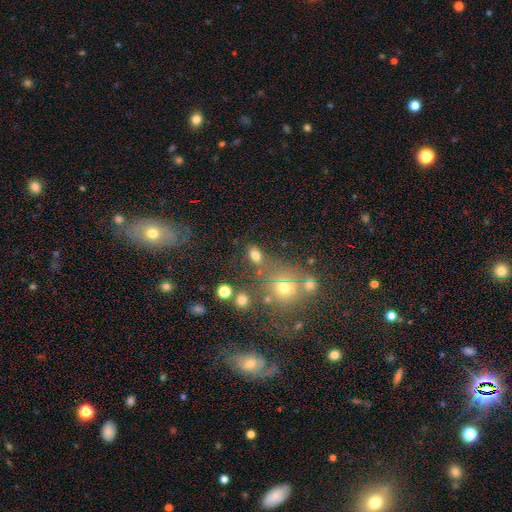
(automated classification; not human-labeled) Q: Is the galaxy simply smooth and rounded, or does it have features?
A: smooth — 73%.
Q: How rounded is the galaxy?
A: in between — 79%.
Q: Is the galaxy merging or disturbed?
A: none — 63%.